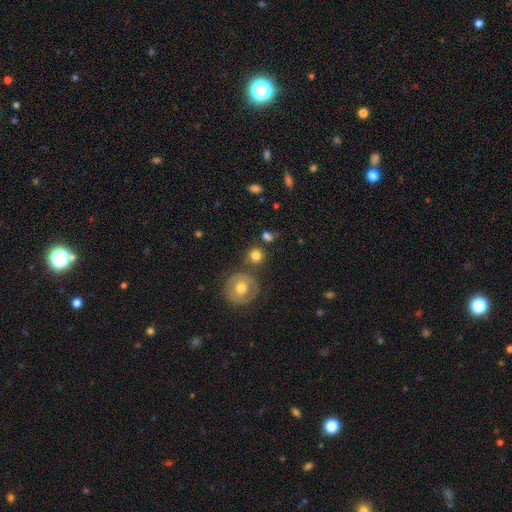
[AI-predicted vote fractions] Smooth or featured: smooth — 79% (featured or disk — 12%)
How rounded: round — 92% (in between — 7%)
Merging: none — 75% (merger — 12%)